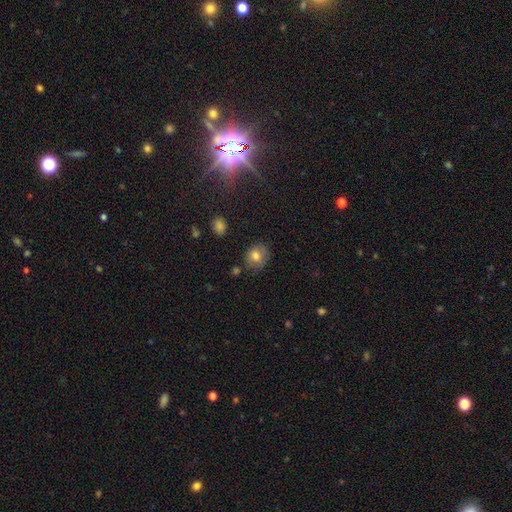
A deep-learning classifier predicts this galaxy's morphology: The model was most divided on "how rounded": round: 58%, in between: 41%, cigar-shaped: 1%. More confident: smooth or featured — smooth (78%); merging — none (72%).